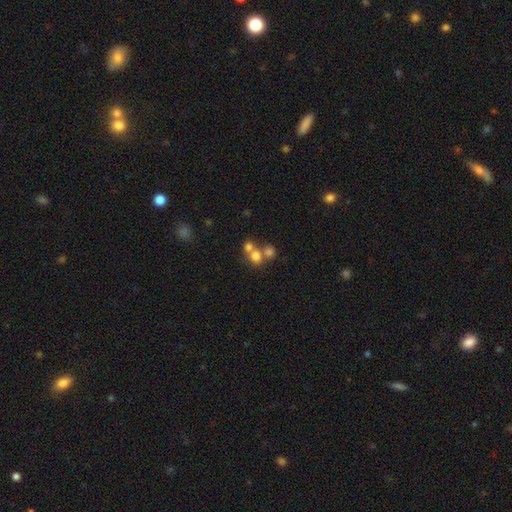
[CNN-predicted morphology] A smooth galaxy with no disk features (70%) that is round (78%).

Vote fractions:
- Smooth or featured? smooth: 70% / star or artifact: 15% / featured or disk: 15%
- How rounded? round: 78% / in between: 21% / cigar-shaped: 1%
- Merging? merger: 51% / none: 38% / minor disturbance: 6% / major disturbance: 4%